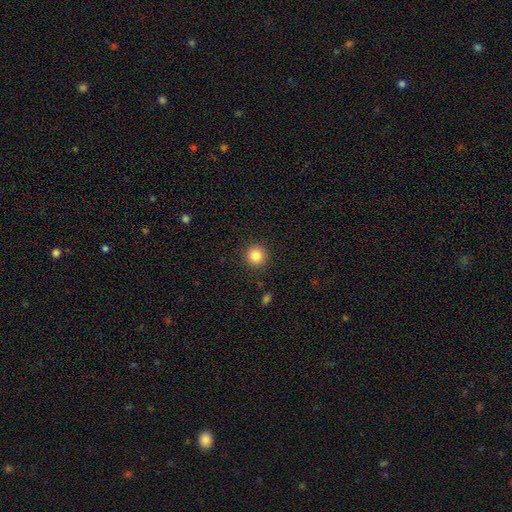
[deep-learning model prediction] Smooth or featured?
  - smooth: 85% *
  - star or artifact: 10%
  - featured or disk: 5%
How rounded?
  - round: 93% *
  - in between: 6%
  - cigar-shaped: 1%
Merging?
  - none: 91% *
  - minor disturbance: 6%
  - major disturbance: 2%
  - merger: 1%